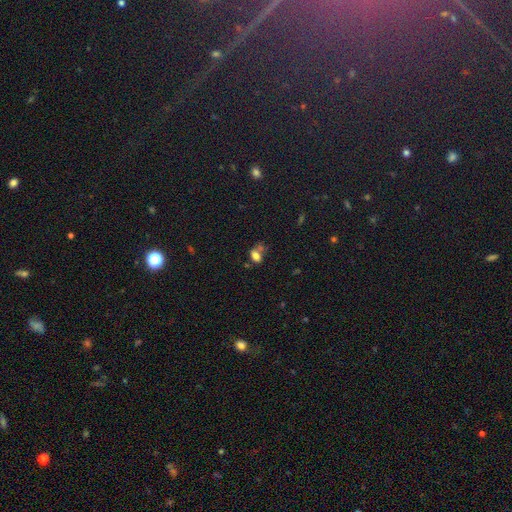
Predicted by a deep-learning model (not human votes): Smooth or featured? Predicted: smooth (p=0.73). How rounded? Predicted: in between (p=0.82). Merging? Predicted: none (p=0.41).